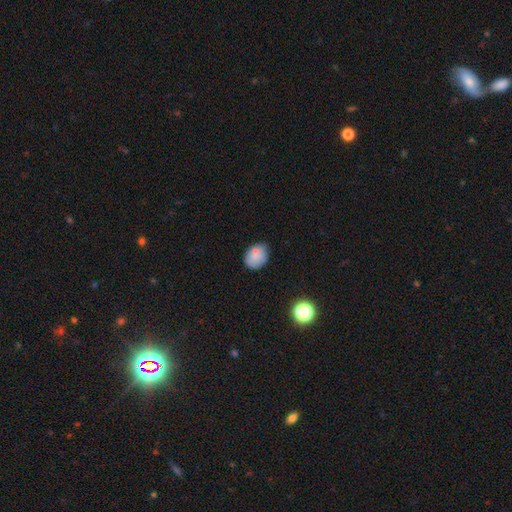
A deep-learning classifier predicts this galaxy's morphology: A smooth galaxy with no disk features (81%) that is in between round and cigar-shaped (58%).

Vote fractions:
- Smooth or featured? smooth: 81% / star or artifact: 10% / featured or disk: 9%
- How rounded? in between: 58% / round: 41% / cigar-shaped: 1%
- Merging? none: 71% / minor disturbance: 21% / major disturbance: 4% / merger: 3%